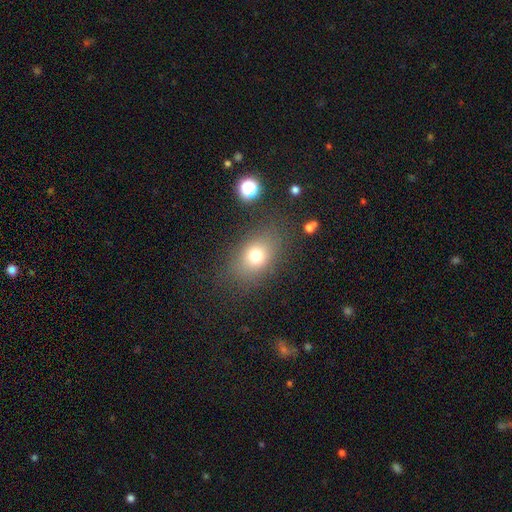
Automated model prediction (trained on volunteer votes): Overall: smooth (75%). How rounded: in between (67%; round 32%). Merging: none (77%).